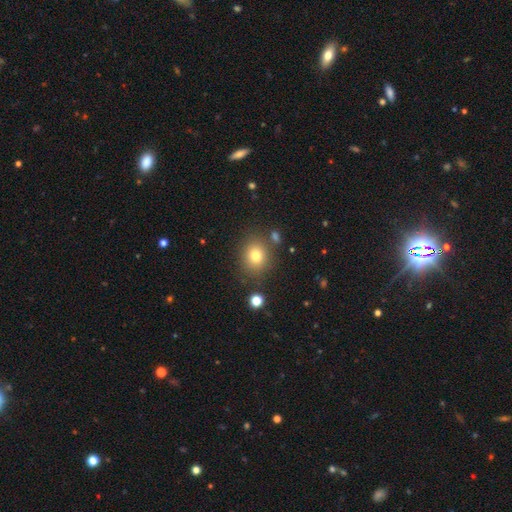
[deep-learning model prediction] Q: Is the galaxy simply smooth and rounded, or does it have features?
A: smooth — 77%.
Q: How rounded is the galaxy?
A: round — 73%.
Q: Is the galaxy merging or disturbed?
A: none — 81%.